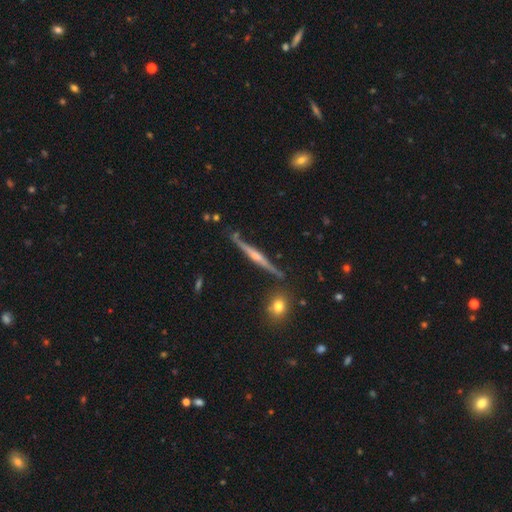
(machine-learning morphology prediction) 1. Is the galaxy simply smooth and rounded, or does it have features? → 81% featured or disk, 12% smooth, 6% star or artifact.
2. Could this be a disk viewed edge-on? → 98% yes, 2% no.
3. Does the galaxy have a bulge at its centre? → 77% rounded, 13% none, 10% boxy.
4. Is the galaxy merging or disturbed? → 86% none, 10% minor disturbance, 3% merger, 2% major disturbance.